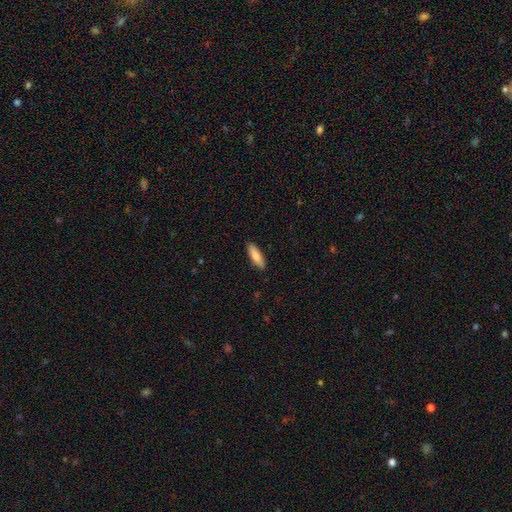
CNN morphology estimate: Smooth or featured? Predicted: smooth (p=0.82). How rounded? Predicted: cigar-shaped (p=0.58). Merging? Predicted: none (p=0.90).